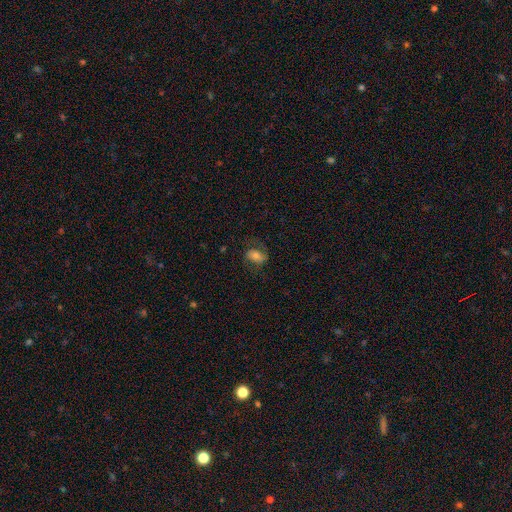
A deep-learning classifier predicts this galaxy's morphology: A smooth galaxy with no disk features (55%) that is in between round and cigar-shaped (78%).

Vote fractions:
- Smooth or featured? smooth: 55% / featured or disk: 36% / star or artifact: 9%
- How rounded? in between: 78% / round: 20% / cigar-shaped: 2%
- Merging? none: 69% / minor disturbance: 18% / major disturbance: 12% / merger: 1%